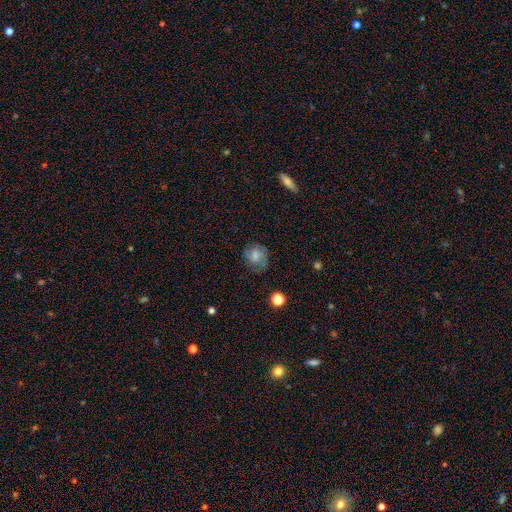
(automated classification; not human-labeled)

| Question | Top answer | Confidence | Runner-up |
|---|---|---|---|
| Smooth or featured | smooth | 58% | featured or disk (31%) |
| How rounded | round | 70% | in between (29%) |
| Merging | none | 64% | minor disturbance (23%) |